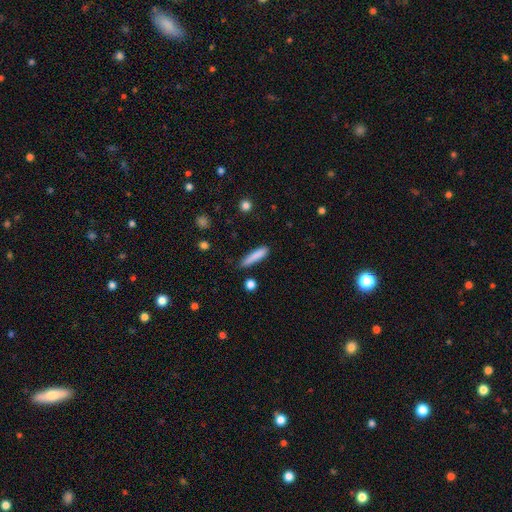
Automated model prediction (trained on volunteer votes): A smooth galaxy with no disk features (82%) that is cigar-shaped (86%). Merging: none (76%).